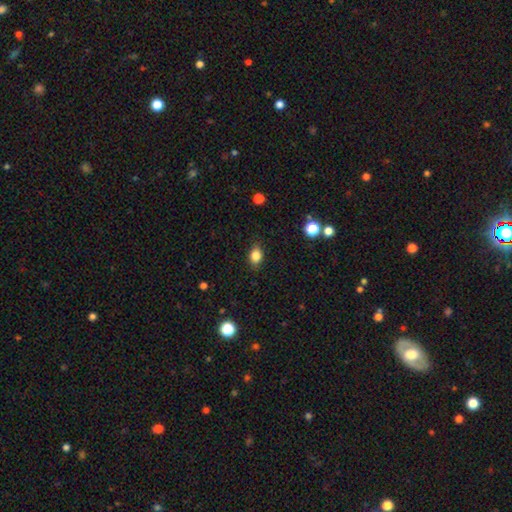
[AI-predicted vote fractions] smooth_or_featured: smooth (p=0.84) [alt: star or artifact p=0.10]
how_rounded: in between (p=0.73) [alt: round p=0.25]
merging: none (p=0.85) [alt: minor disturbance p=0.11]